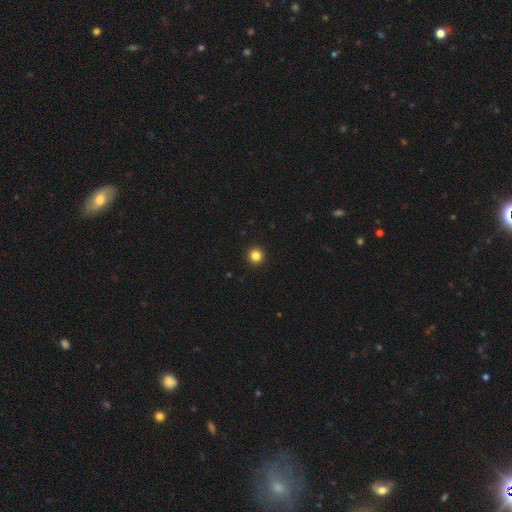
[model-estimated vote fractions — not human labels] Smooth or featured? Predicted: smooth (p=0.84). How rounded? Predicted: round (p=0.96). Merging? Predicted: none (p=0.94).